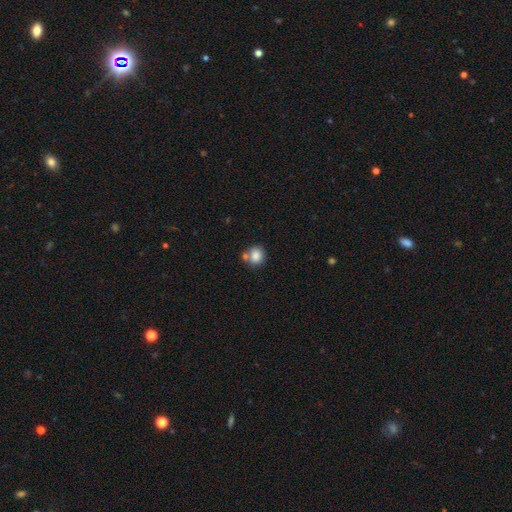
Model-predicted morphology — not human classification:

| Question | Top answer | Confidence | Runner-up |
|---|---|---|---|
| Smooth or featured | smooth | 85% | star or artifact (9%) |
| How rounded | round | 84% | in between (15%) |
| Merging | none | 60% | merger (24%) |